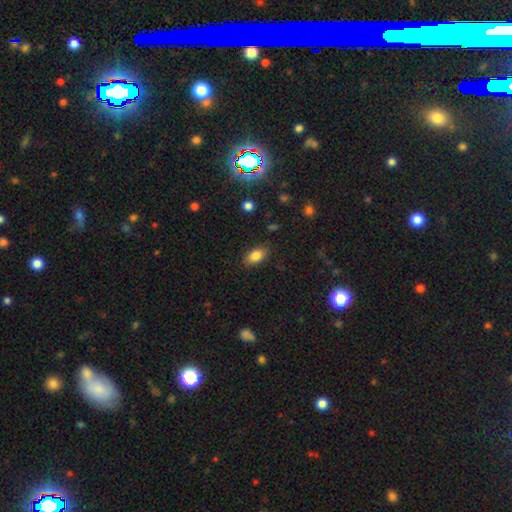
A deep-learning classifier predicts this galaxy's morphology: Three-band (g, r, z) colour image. It shows a smooth galaxy with no disk features (84%) that is in between round and cigar-shaped (89%). Merging: none (86%).